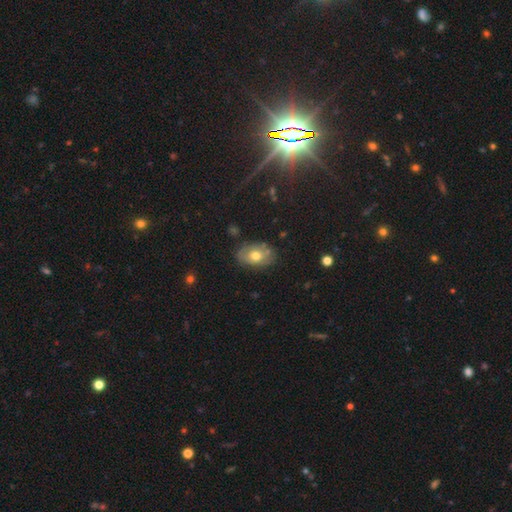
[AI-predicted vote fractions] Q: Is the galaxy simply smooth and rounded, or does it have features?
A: smooth — 61%.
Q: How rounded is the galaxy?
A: in between — 85%.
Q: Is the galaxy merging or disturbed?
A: none — 75%.